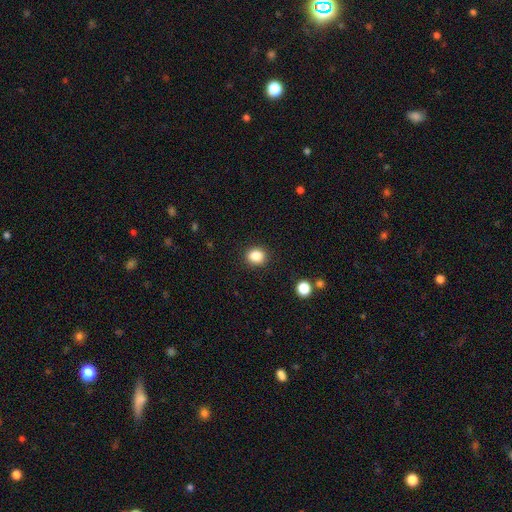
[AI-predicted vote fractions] Overall: smooth (85%). How rounded: round (72%). Merging: none (89%).